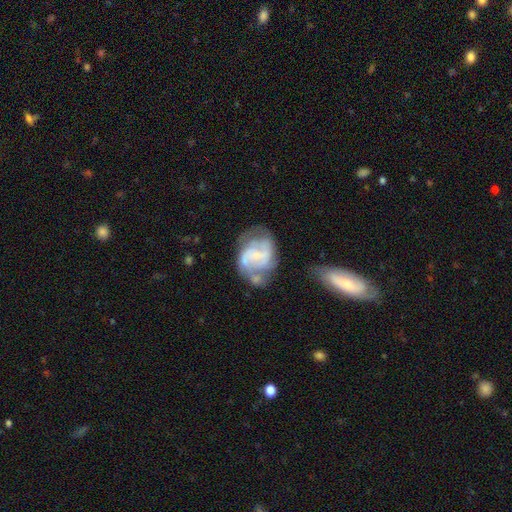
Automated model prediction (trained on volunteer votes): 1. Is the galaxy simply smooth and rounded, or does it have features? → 76% featured or disk, 17% smooth, 7% star or artifact.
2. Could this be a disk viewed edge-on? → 98% no, 2% yes.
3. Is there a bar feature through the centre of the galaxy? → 44% weak, 40% no, 16% strong.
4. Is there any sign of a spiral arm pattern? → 87% yes, 13% no.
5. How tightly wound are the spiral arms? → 48% medium, 27% tight, 25% loose.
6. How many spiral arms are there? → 64% 2, 18% can't tell, 10% 3, 4% 1, 3% 4, 2% more than 4.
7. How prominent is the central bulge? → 46% small, 32% none, 17% moderate, 3% large, 1% dominant.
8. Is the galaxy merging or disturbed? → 47% none, 23% minor disturbance, 18% major disturbance, 12% merger.